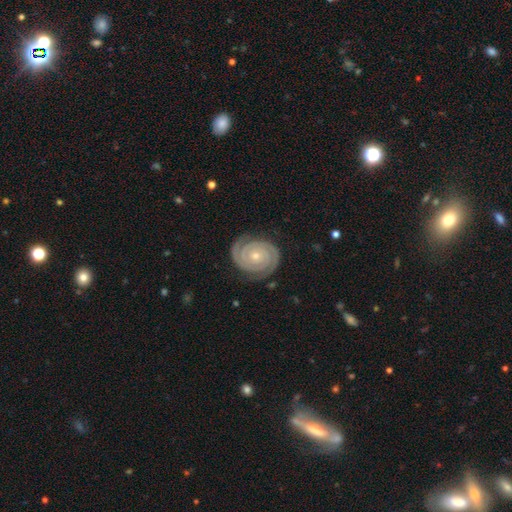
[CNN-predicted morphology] smooth_or_featured: featured or disk (p=0.92) [alt: star or artifact p=0.04]
disk_edge_on: no (p=0.98) [alt: yes p=0.02]
bar: no (p=0.75) [alt: weak p=0.17]
has_spiral_arms: yes (p=0.99) [alt: no p=0.01]
spiral_winding: tight (p=0.86) [alt: medium p=0.12]
spiral_arm_count: 2 (p=0.88) [alt: 3 p=0.04]
bulge_size: small (p=0.63) [alt: moderate p=0.34]
merging: none (p=0.85) [alt: minor disturbance p=0.11]